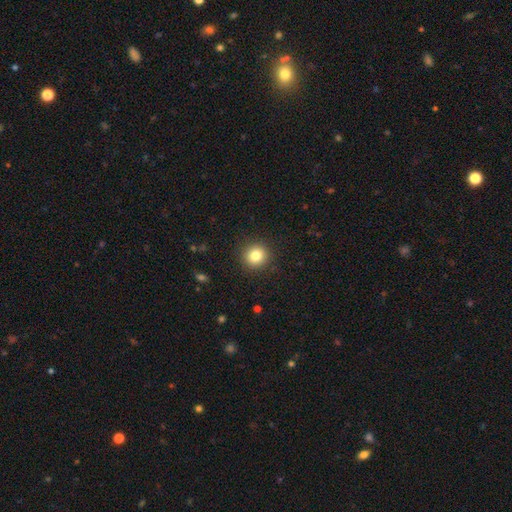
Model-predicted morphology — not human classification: Smooth or featured? smooth (82%)
How rounded? round (92%)
Merging? none (91%)